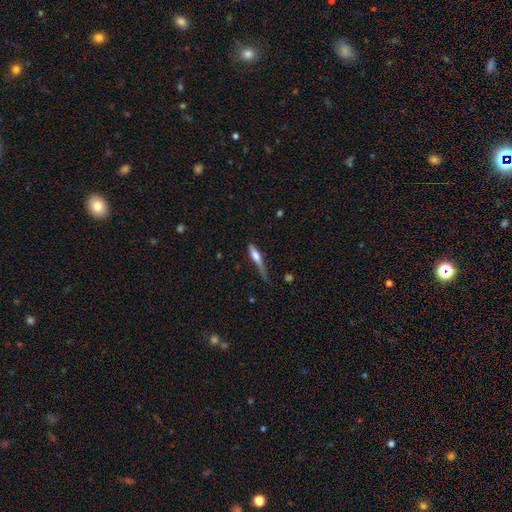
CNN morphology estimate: A smooth galaxy with no disk features (57%) that is cigar-shaped (77%). Merging: none (37%).